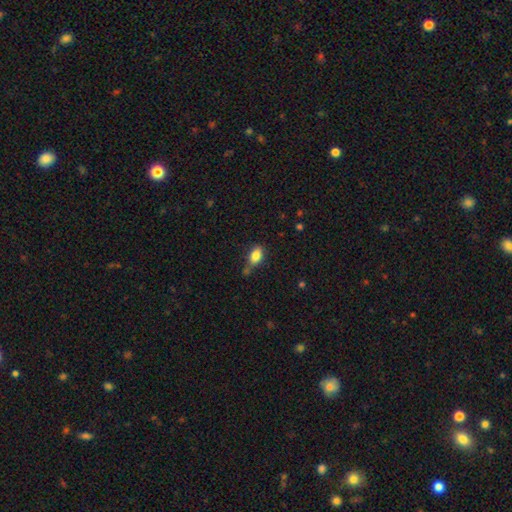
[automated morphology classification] Smooth or featured? Predicted: smooth (p=0.84). How rounded? Predicted: in between (p=0.85). Merging? Predicted: none (p=0.68).